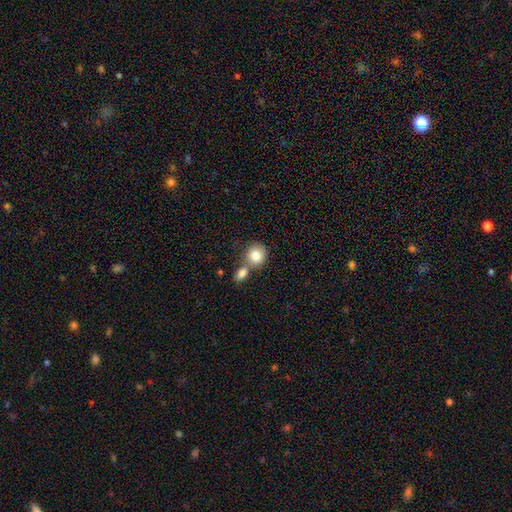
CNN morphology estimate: Smooth or featured: smooth — 83% (featured or disk — 9%)
How rounded: round — 80% (in between — 19%)
Merging: none — 47% (merger — 41%)